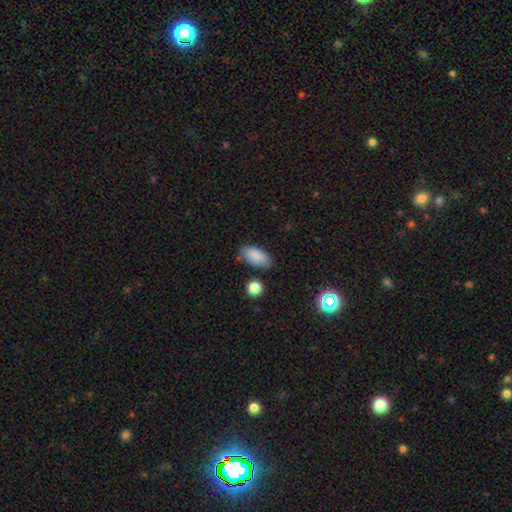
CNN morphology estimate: A smooth galaxy with no disk features (87%) that is in between round and cigar-shaped (91%).

Vote fractions:
- Smooth or featured? smooth: 87% / star or artifact: 7% / featured or disk: 6%
- How rounded? in between: 91% / cigar-shaped: 6% / round: 3%
- Merging? none: 77% / minor disturbance: 16% / merger: 4% / major disturbance: 3%